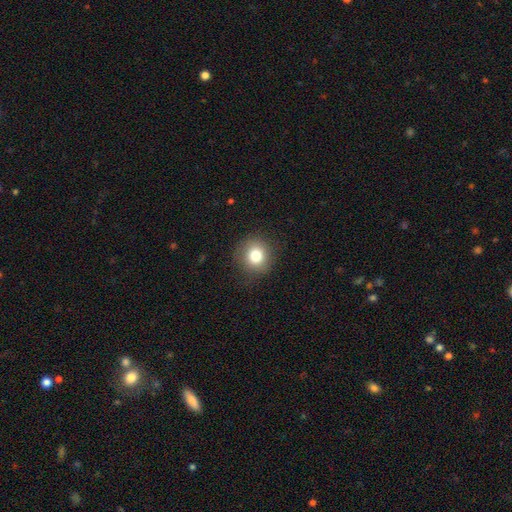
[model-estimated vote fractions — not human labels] A smooth galaxy with no disk features (79%) that is round (87%). Merging: none (86%).